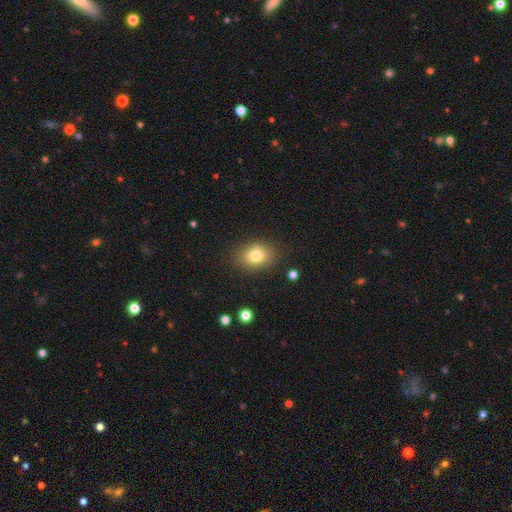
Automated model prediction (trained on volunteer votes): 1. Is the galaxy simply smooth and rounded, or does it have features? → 78% smooth, 11% star or artifact, 10% featured or disk.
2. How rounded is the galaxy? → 59% in between, 39% round, 1% cigar-shaped.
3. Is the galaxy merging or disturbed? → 84% none, 11% minor disturbance, 3% major disturbance, 2% merger.